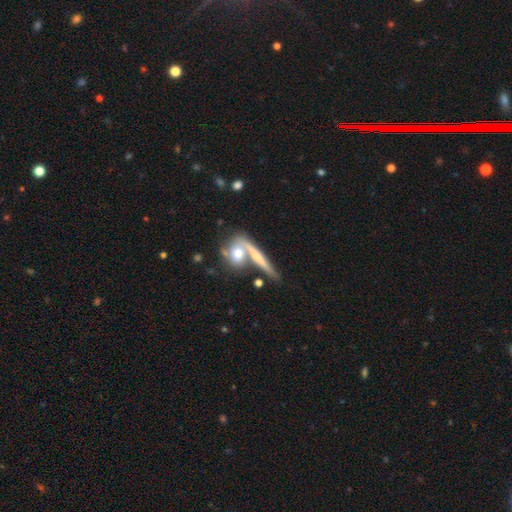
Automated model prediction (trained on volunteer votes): This appears to be a featured or disk galaxy (52%) viewed edge-on (71%). Merging: none (47%).